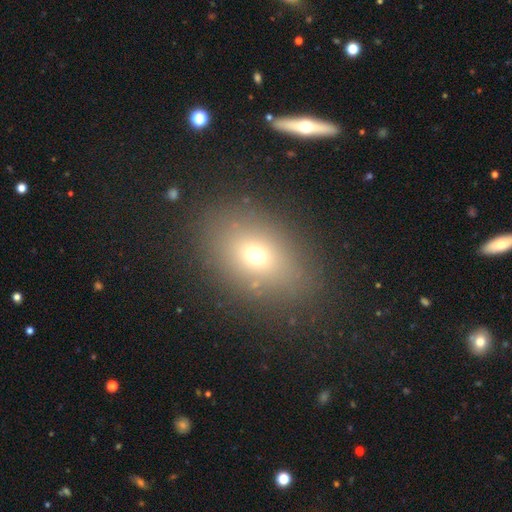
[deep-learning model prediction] This appears to be a smooth galaxy with no disk features (67%) that is in between round and cigar-shaped (72%). Merging: none (83%).